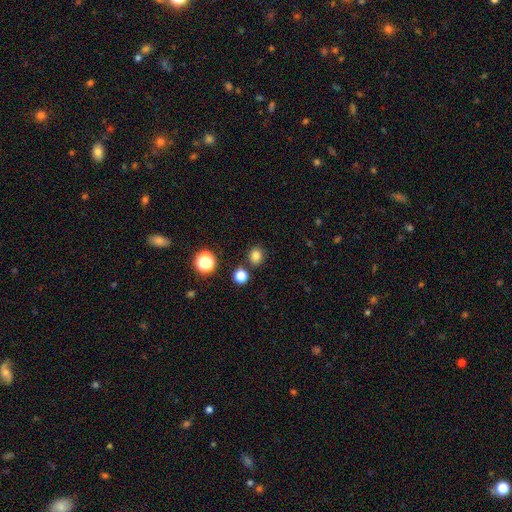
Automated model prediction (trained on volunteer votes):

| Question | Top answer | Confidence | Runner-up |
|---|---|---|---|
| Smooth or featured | smooth | 79% | star or artifact (16%) |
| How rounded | round | 75% | in between (24%) |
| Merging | none | 84% | minor disturbance (8%) |